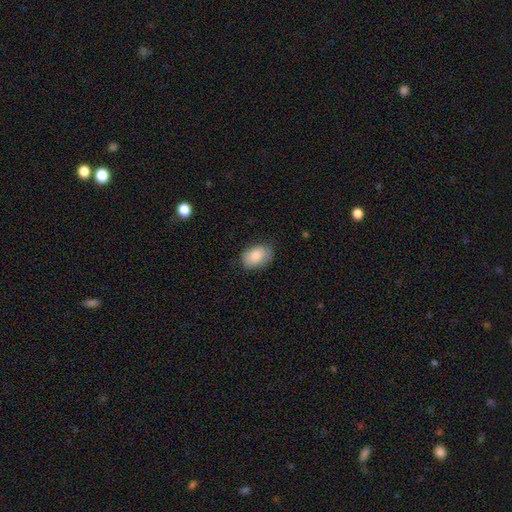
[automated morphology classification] A smooth galaxy with no disk features (84%) that is in between round and cigar-shaped (83%). Merging: none (75%).